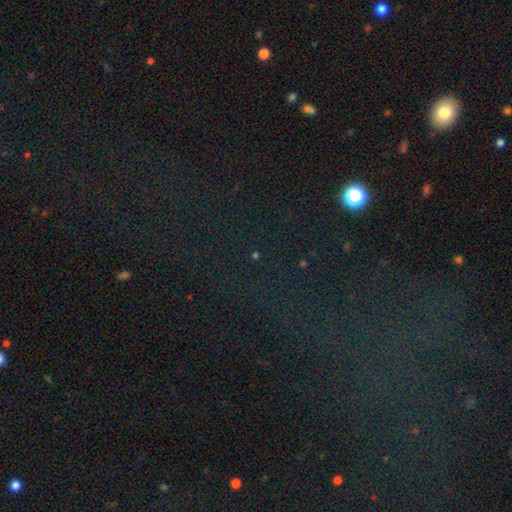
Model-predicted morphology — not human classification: A star or artifact, not a galaxy (74%).